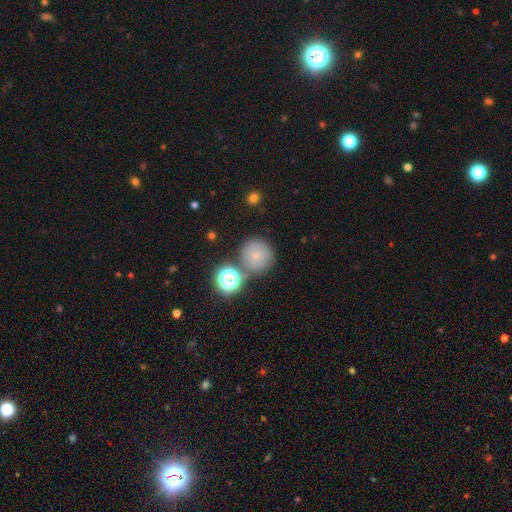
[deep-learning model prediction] The model was most divided on "smooth or featured": smooth: 64%, star or artifact: 19%, featured or disk: 17%. More confident: how rounded — round (94%); merging — none (72%).